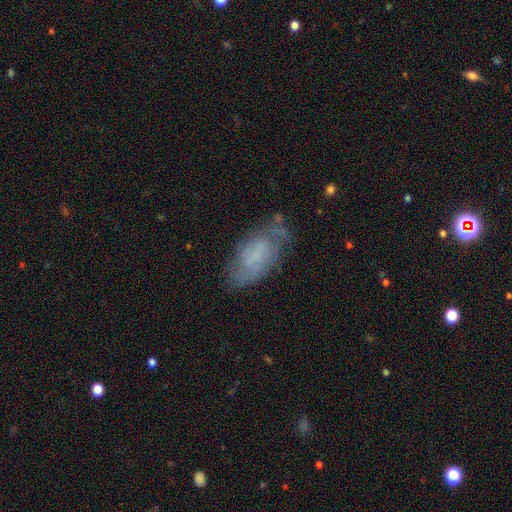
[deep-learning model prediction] Q: Smooth or featured?
A: featured or disk (51%); runner-up: smooth (40%)
Q: Edge-on disk?
A: no (93%); runner-up: yes (7%)
Q: Merging?
A: none (61%); runner-up: minor disturbance (25%)